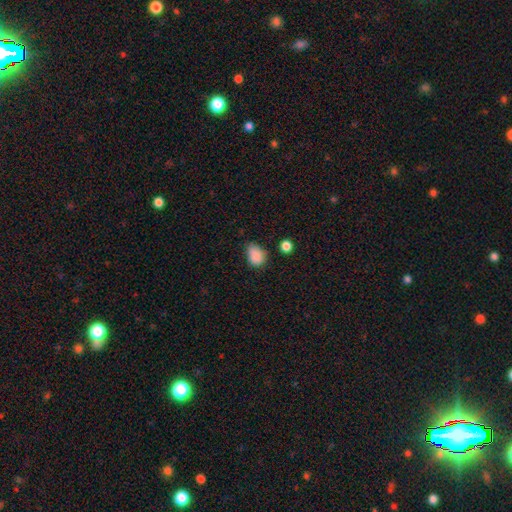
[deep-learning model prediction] Q: Smooth or featured?
A: smooth (85%); runner-up: star or artifact (10%)
Q: How rounded?
A: in between (69%); runner-up: round (30%)
Q: Merging?
A: none (54%); runner-up: minor disturbance (35%)